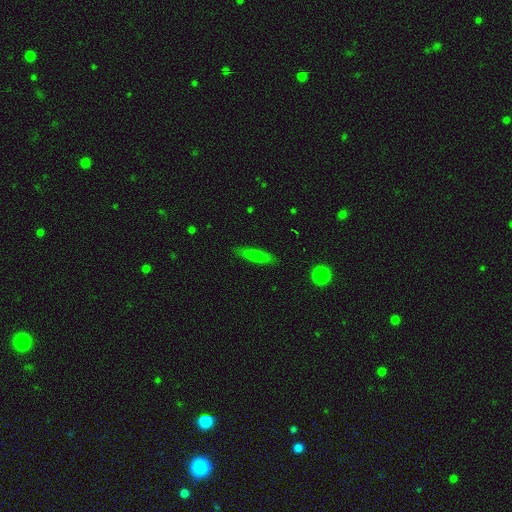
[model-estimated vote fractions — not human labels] Q: Smooth or featured?
A: smooth (75%); runner-up: featured or disk (17%)
Q: How rounded?
A: cigar-shaped (79%); runner-up: in between (19%)
Q: Merging?
A: none (86%); runner-up: minor disturbance (10%)